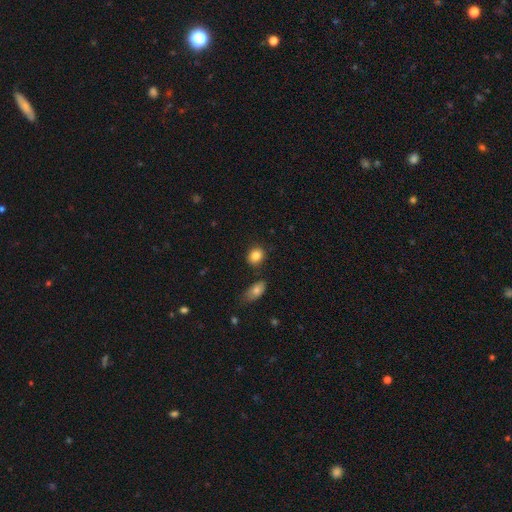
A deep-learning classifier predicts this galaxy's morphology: The model was most divided on "how rounded": round: 66%, in between: 33%, cigar-shaped: 1%. More confident: smooth or featured — smooth (84%); merging — none (79%).